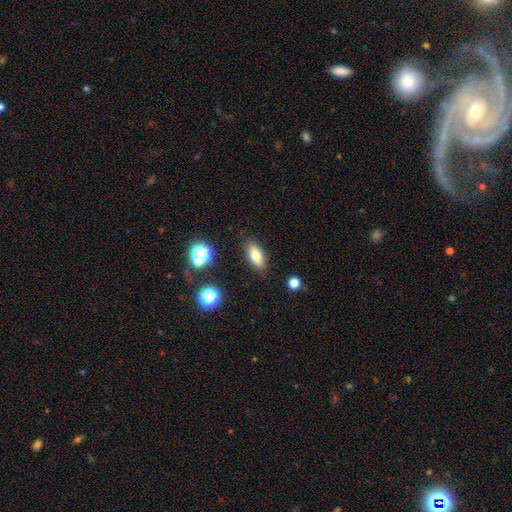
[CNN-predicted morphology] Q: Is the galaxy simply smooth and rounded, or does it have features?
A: smooth — 74%.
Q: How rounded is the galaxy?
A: in between — 80%.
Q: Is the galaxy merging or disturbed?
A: none — 86%.